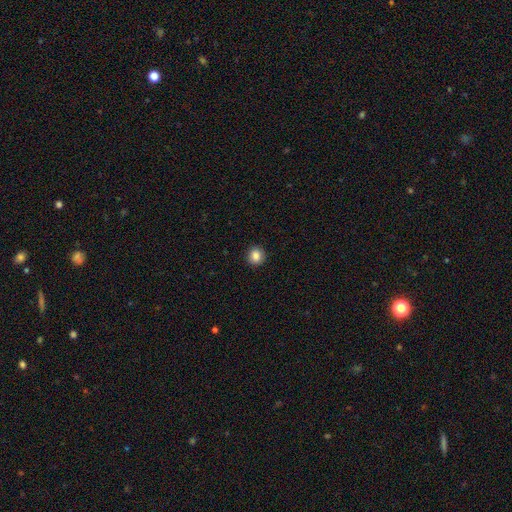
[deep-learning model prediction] Overall: smooth (86%). How rounded: round (85%). Merging: none (91%).